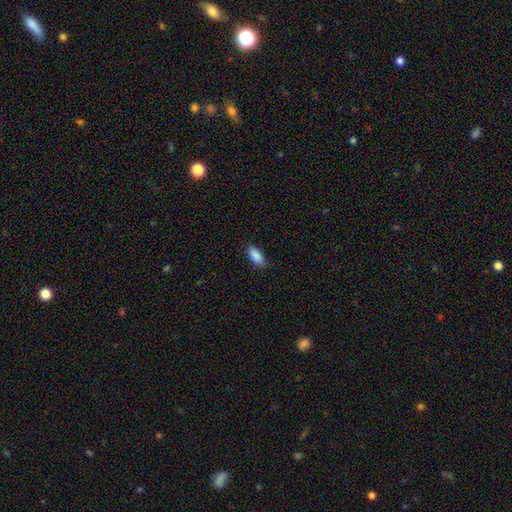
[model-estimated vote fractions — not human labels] A smooth galaxy with no disk features (88%) that is in between round and cigar-shaped (81%).

Vote fractions:
- Smooth or featured? smooth: 88% / star or artifact: 7% / featured or disk: 5%
- How rounded? in between: 81% / cigar-shaped: 17% / round: 2%
- Merging? none: 75% / minor disturbance: 20% / major disturbance: 3% / merger: 1%